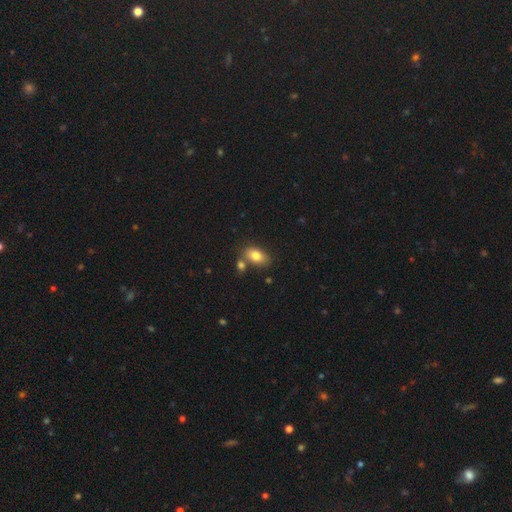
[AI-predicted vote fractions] Q: Smooth or featured?
A: smooth (81%); runner-up: featured or disk (11%)
Q: How rounded?
A: in between (89%); runner-up: round (9%)
Q: Merging?
A: none (64%); runner-up: merger (19%)